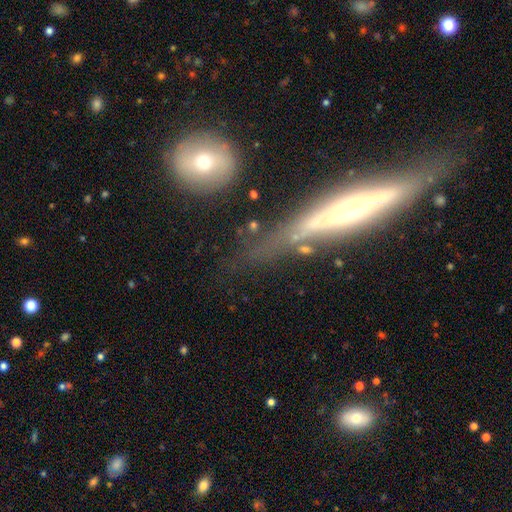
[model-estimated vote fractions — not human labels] featured or disk 47%, smooth 38%, star or artifact 14%. Down the decision tree: merging — none (58%).